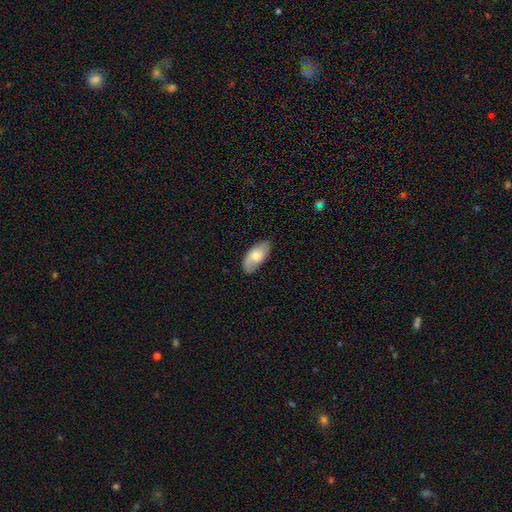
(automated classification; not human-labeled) Overall: smooth (68%). How rounded: in between (92%). Merging: none (78%).